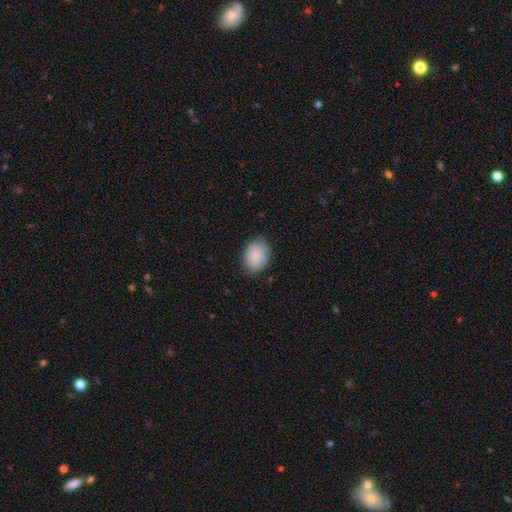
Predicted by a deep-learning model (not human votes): A smooth galaxy with no disk features (88%) that is in between round and cigar-shaped (66%).

Vote fractions:
- Smooth or featured? smooth: 88% / star or artifact: 7% / featured or disk: 5%
- How rounded? in between: 66% / round: 33% / cigar-shaped: 1%
- Merging? none: 81% / minor disturbance: 15% / major disturbance: 3% / merger: 1%